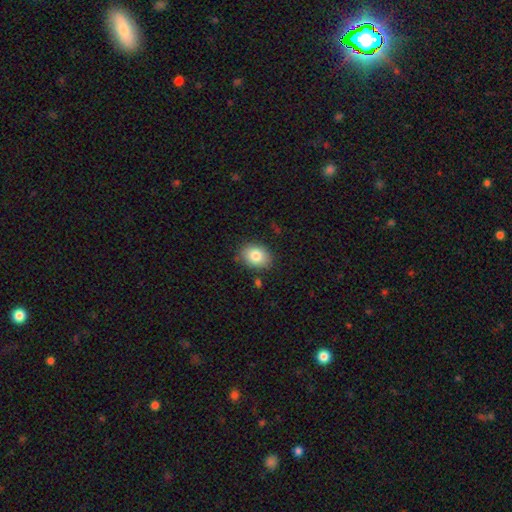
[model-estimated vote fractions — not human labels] This is clearly a smooth galaxy (82%). How rounded: likely in between (68%). Merging: clearly none (83%).